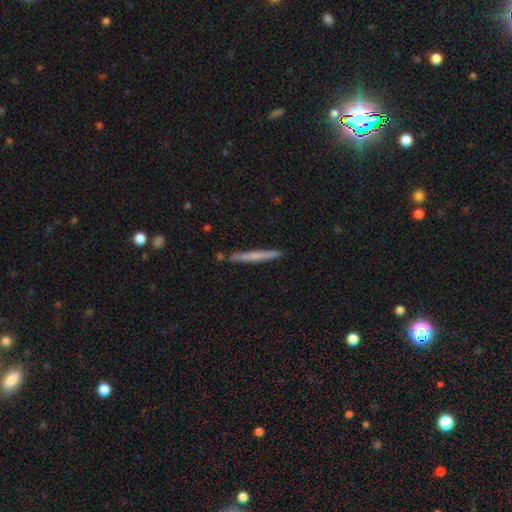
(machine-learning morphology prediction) smooth_or_featured: smooth (p=0.58) [alt: featured or disk p=0.36]
how_rounded: cigar-shaped (p=0.97) [alt: in between p=0.02]
merging: none (p=0.87) [alt: minor disturbance p=0.09]